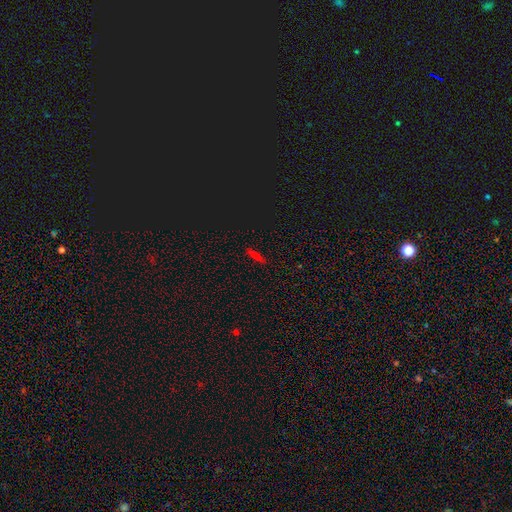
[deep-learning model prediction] smooth 60%, star or artifact 25%, featured or disk 15%. Down the decision tree: how rounded — cigar-shaped (77%); merging — none (87%).